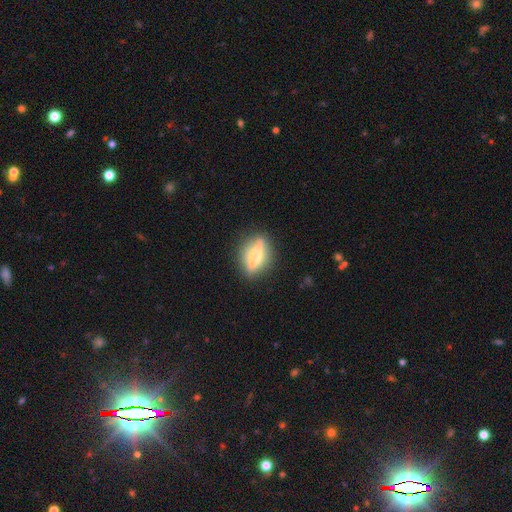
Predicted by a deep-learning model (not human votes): Smooth or featured: featured or disk — 62% (smooth — 30%)
Edge-on disk: yes — 76% (no — 24%)
Merging: none — 83% (minor disturbance — 11%)